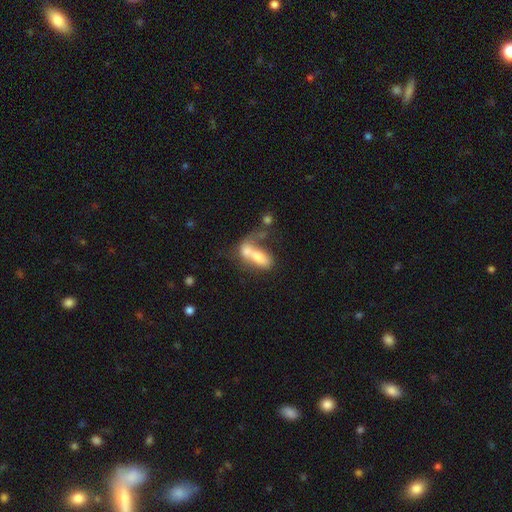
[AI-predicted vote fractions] smooth_or_featured: smooth (p=0.63) [alt: featured or disk p=0.28]
how_rounded: in between (p=0.80) [alt: cigar-shaped p=0.13]
merging: merger (p=0.66) [alt: major disturbance p=0.14]